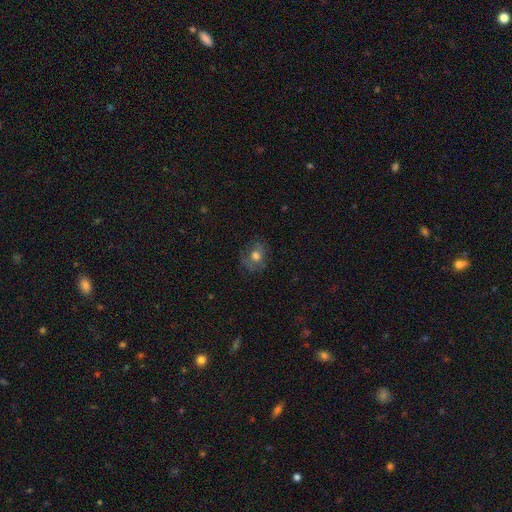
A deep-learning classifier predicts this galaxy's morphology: smooth 63%, featured or disk 25%, star or artifact 12%. Down the decision tree: how rounded — round (62%); merging — none (69%).